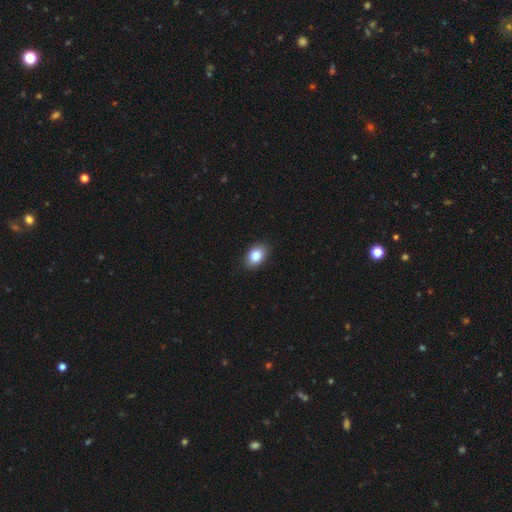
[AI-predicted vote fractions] This is clearly a smooth galaxy (84%). How rounded: likely in between (80%). Merging: clearly none (89%).